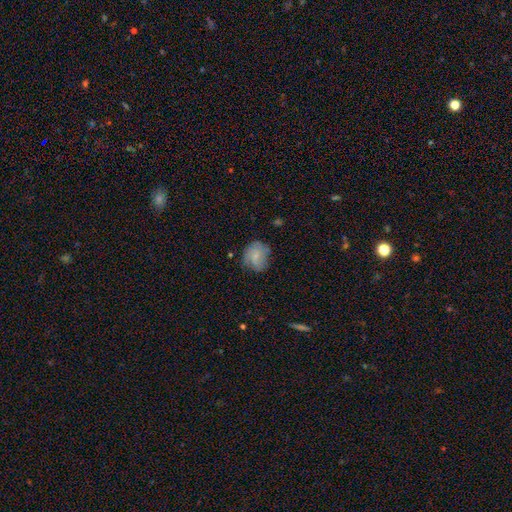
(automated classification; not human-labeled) Smooth or featured: smooth — 63% (featured or disk — 29%)
How rounded: round — 61% (in between — 38%)
Merging: none — 64% (minor disturbance — 26%)